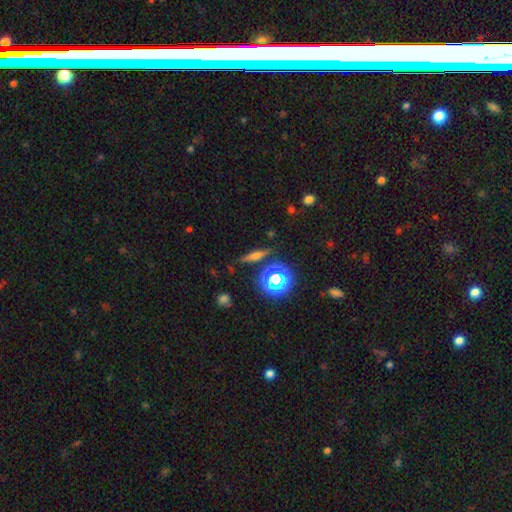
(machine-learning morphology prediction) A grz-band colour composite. It shows a smooth galaxy with no disk features (41%). Merging: none (83%).